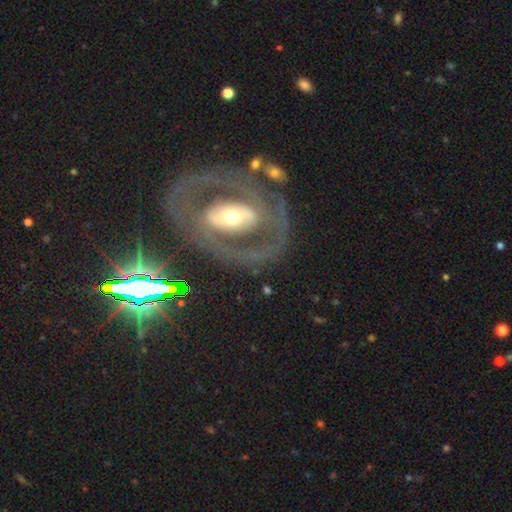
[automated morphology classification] A featured or disk galaxy (77%) with no bar (38%), spiral arms (53%) and a moderate central bulge (53%). Merging: none (72%).